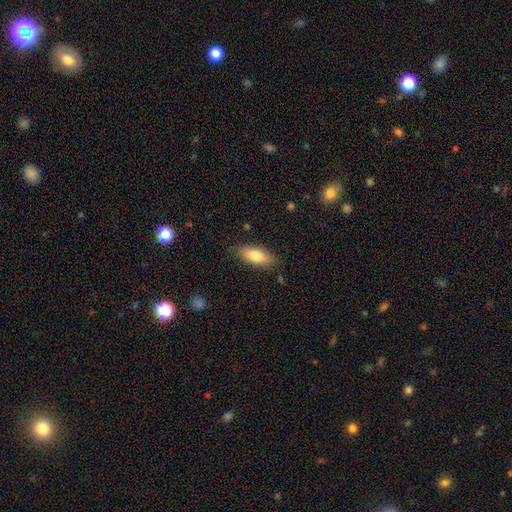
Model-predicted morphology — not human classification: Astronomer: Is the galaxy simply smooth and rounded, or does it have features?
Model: smooth — 78%.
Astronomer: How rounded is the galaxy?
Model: in between — 79%.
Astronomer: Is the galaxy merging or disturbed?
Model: none — 84%.